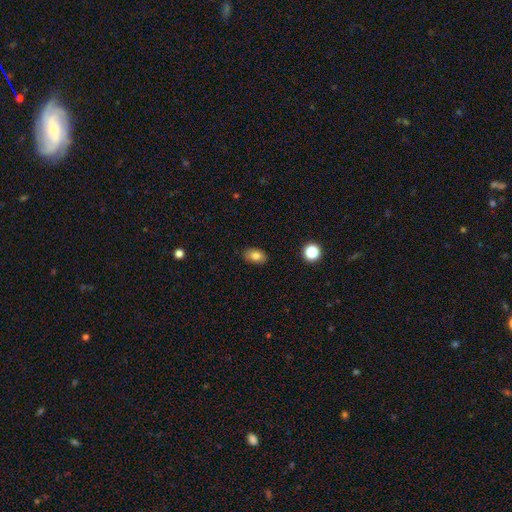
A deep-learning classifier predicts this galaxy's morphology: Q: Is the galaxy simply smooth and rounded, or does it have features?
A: smooth — 80%.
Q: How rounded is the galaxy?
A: in between — 86%.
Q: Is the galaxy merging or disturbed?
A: none — 86%.